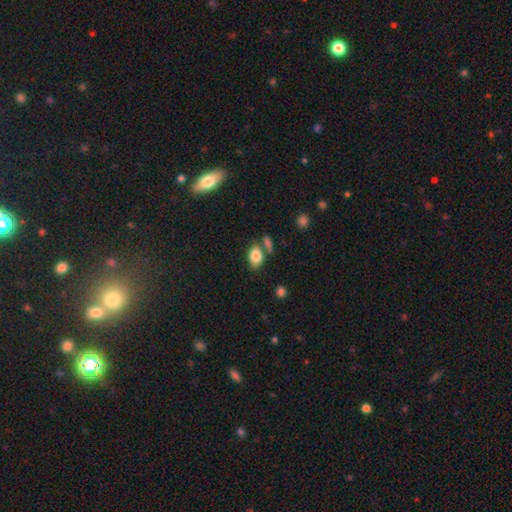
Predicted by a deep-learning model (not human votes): Smooth or featured? Predicted: smooth (p=0.84). How rounded? Predicted: in between (p=0.81). Merging? Predicted: none (p=0.64).